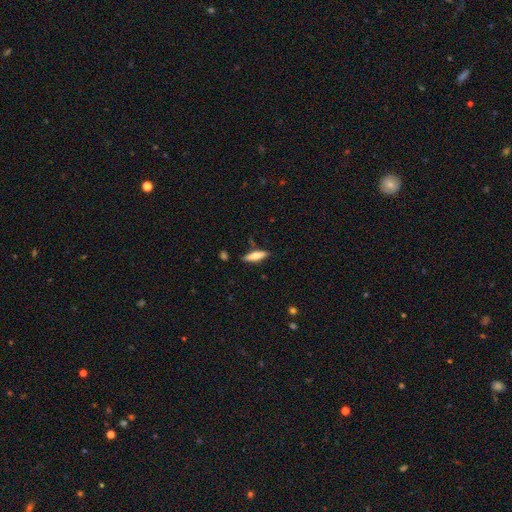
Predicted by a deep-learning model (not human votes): Smooth or featured?
  - smooth: 64% *
  - featured or disk: 29%
  - star or artifact: 6%
How rounded?
  - cigar-shaped: 66% *
  - in between: 32%
  - round: 2%
Merging?
  - none: 84% *
  - minor disturbance: 11%
  - merger: 2%
  - major disturbance: 2%